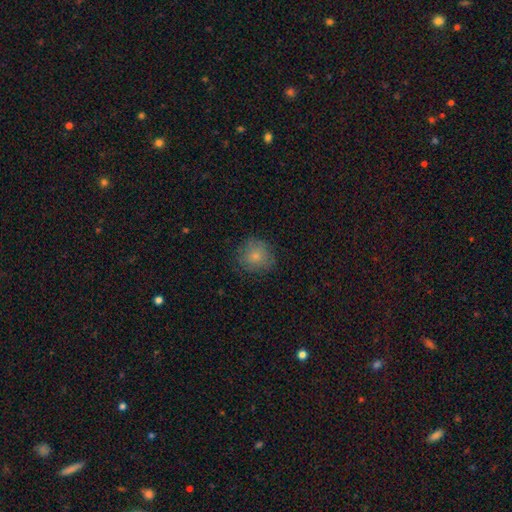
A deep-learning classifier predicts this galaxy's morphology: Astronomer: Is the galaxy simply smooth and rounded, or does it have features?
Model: smooth — 80%.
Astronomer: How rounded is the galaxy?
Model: round — 87%.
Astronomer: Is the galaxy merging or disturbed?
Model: none — 78%.